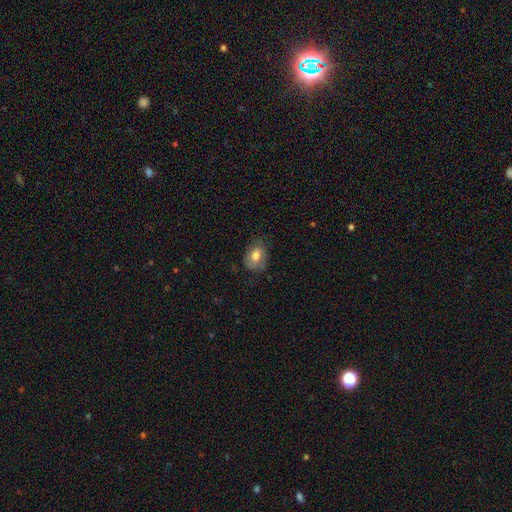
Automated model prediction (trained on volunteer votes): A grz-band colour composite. It shows a smooth galaxy with no disk features (72%) that is in between round and cigar-shaped (76%). Merging: none (69%).